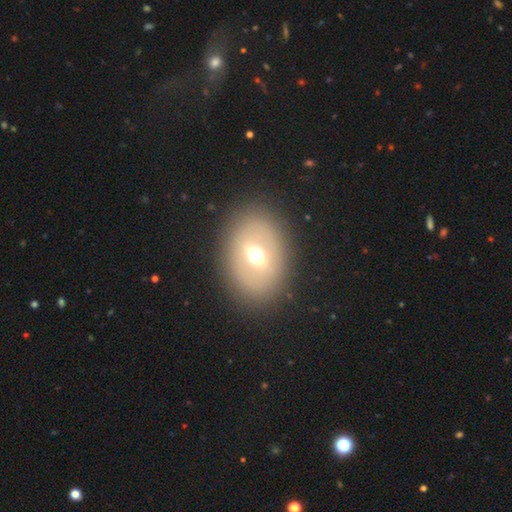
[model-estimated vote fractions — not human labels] Smooth or featured? Predicted: smooth (p=0.48). Merging? Predicted: none (p=0.84).